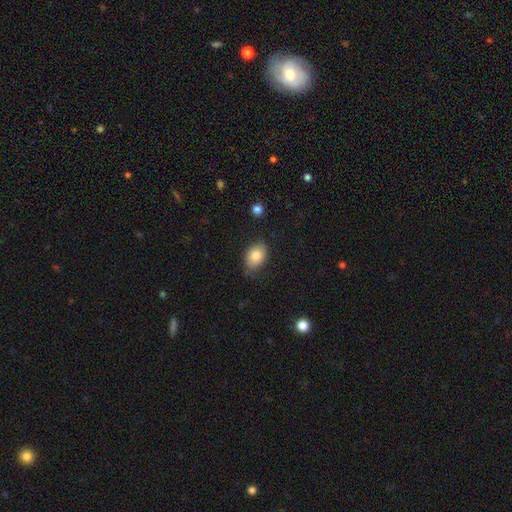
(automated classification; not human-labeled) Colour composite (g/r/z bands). It shows a smooth galaxy with no disk features (81%) that is in between round and cigar-shaped (78%). Merging: none (77%).